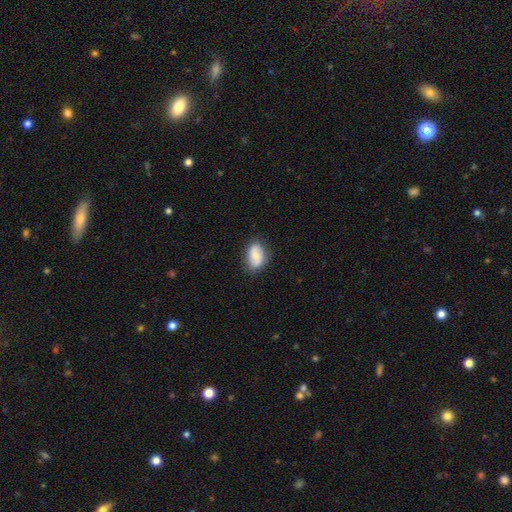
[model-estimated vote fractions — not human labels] smooth-or-featured: smooth: 66% | featured or disk: 27% | star or artifact: 7%
  how-rounded: in between: 88% | round: 11% | cigar-shaped: 2%
  merging: none: 78% | minor disturbance: 17% | major disturbance: 4% | merger: 1%